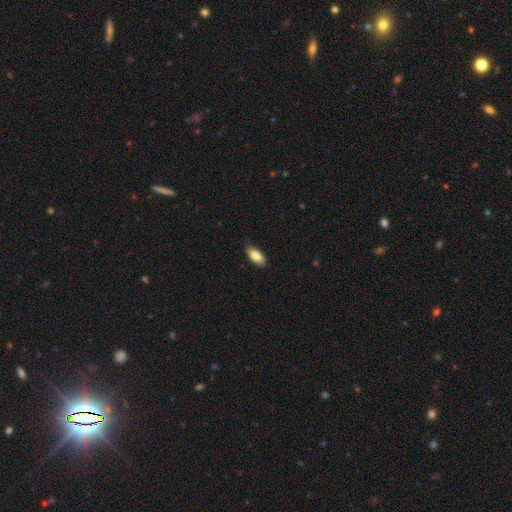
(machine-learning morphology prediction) Smooth or featured: smooth — 84% (featured or disk — 10%)
How rounded: in between — 88% (cigar-shaped — 10%)
Merging: none — 83% (minor disturbance — 14%)